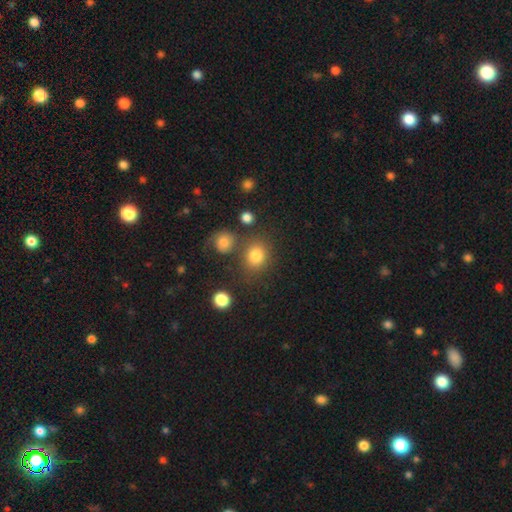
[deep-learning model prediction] Morphology: type=smooth (80%); roundness=round (73%); merging=none (71%).